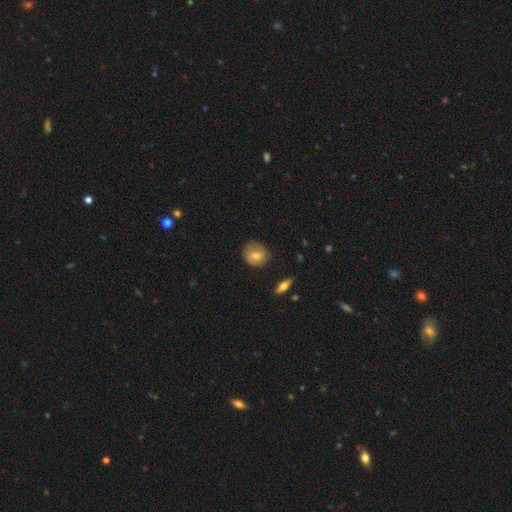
This appears to be a smooth galaxy with no disk features (59%) that is round (74%). Merging: none (76%).